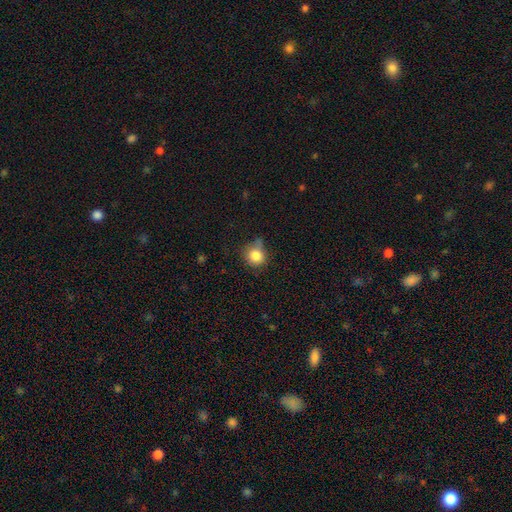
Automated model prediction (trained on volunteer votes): Q: Smooth or featured?
A: smooth (82%); runner-up: star or artifact (10%)
Q: How rounded?
A: round (85%); runner-up: in between (14%)
Q: Merging?
A: none (56%); runner-up: minor disturbance (28%)